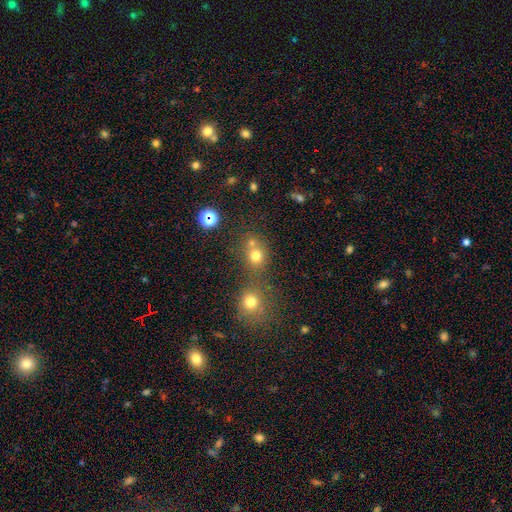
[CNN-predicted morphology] Smooth or featured: smooth — 73% (star or artifact — 18%)
How rounded: round — 80% (in between — 19%)
Merging: none — 52% (merger — 35%)